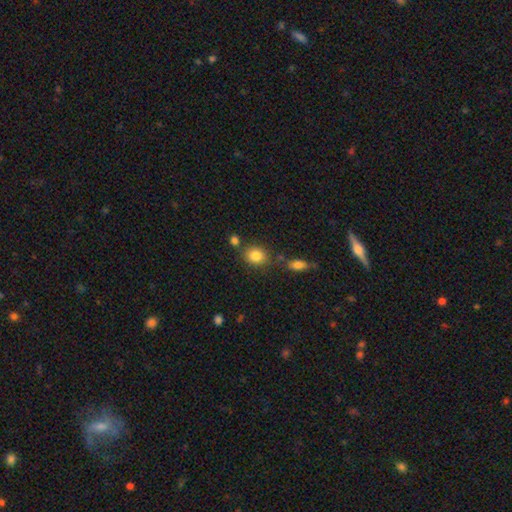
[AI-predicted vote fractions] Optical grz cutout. It shows a smooth galaxy with no disk features (84%) that is round (57%). Merging: none (70%).